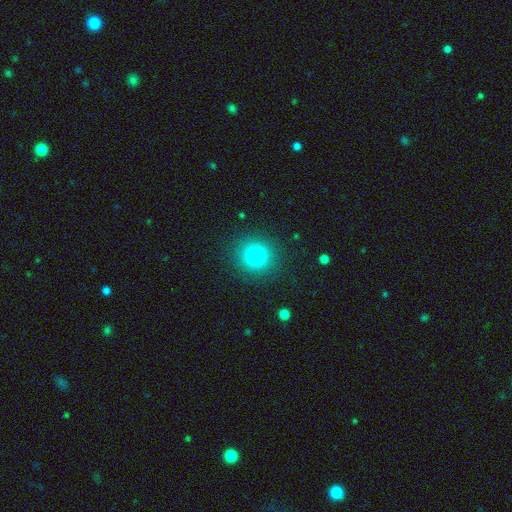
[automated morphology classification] Overall: smooth (80%). How rounded: round (90%). Merging: none (89%).